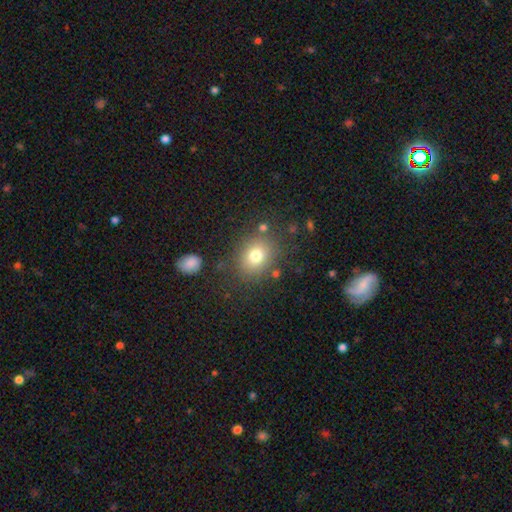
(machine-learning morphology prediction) smooth 76%, star or artifact 13%, featured or disk 11%. Down the decision tree: how rounded — round (60%); merging — none (80%).